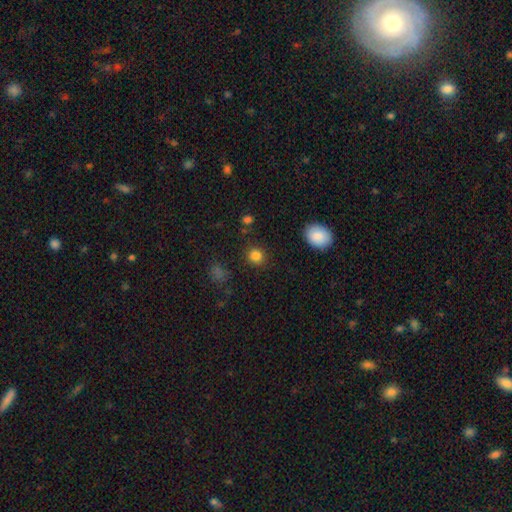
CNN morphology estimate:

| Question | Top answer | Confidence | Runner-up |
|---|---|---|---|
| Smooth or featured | smooth | 84% | star or artifact (11%) |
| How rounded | round | 83% | in between (16%) |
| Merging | none | 88% | minor disturbance (7%) |